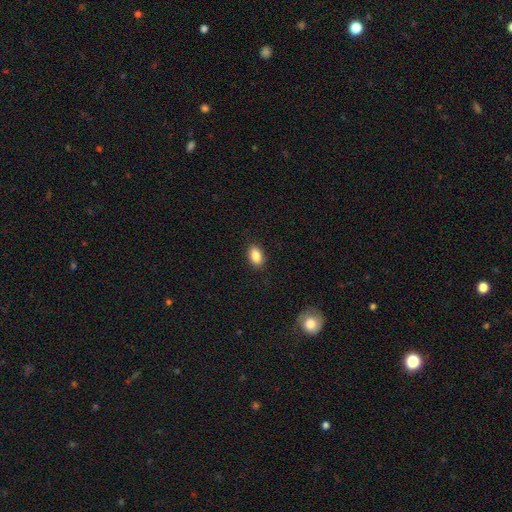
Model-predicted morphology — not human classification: A smooth galaxy with no disk features (87%) that is in between round and cigar-shaped (88%).

Vote fractions:
- Smooth or featured? smooth: 87% / star or artifact: 8% / featured or disk: 5%
- How rounded? in between: 88% / round: 11% / cigar-shaped: 2%
- Merging? none: 89% / minor disturbance: 8% / major disturbance: 2% / merger: 1%